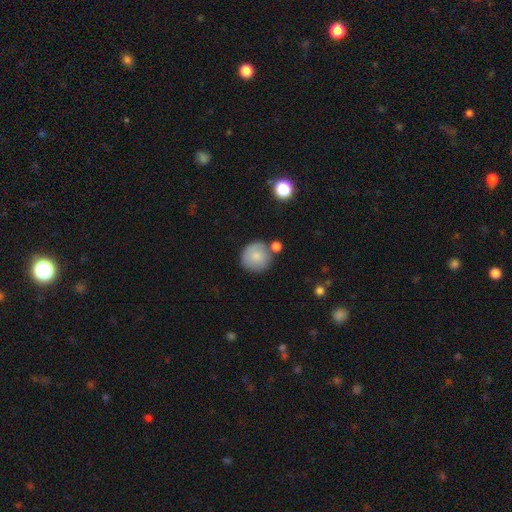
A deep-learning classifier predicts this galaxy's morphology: Overall: smooth (82%). How rounded: round (93%). Merging: none (70%).